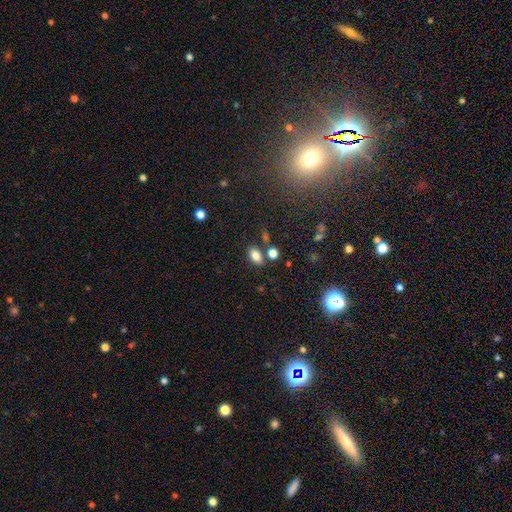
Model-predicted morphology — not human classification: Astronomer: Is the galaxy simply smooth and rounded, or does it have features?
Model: smooth — 83%.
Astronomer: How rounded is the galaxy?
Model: in between — 88%.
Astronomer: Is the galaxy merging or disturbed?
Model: none — 74%.